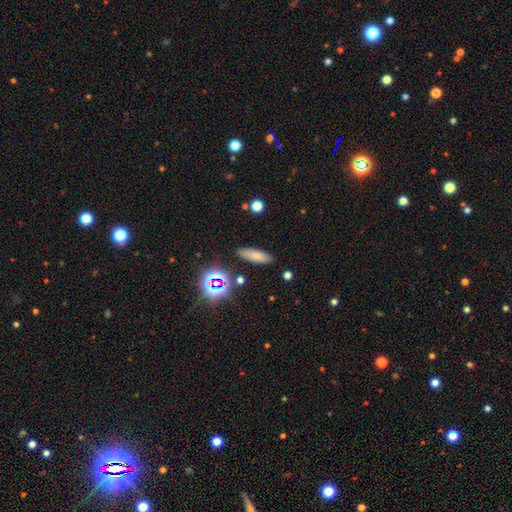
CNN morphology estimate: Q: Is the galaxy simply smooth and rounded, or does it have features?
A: smooth — 74%.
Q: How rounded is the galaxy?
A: in between — 50%.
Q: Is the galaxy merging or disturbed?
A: none — 86%.